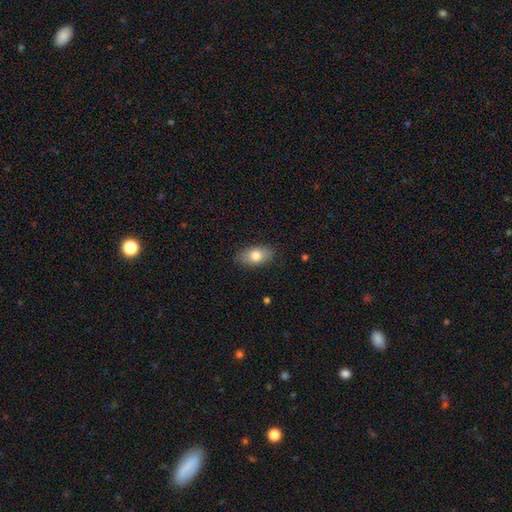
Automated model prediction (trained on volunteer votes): Q: Smooth or featured?
A: smooth (78%); runner-up: featured or disk (15%)
Q: How rounded?
A: in between (90%); runner-up: round (6%)
Q: Merging?
A: none (87%); runner-up: minor disturbance (10%)